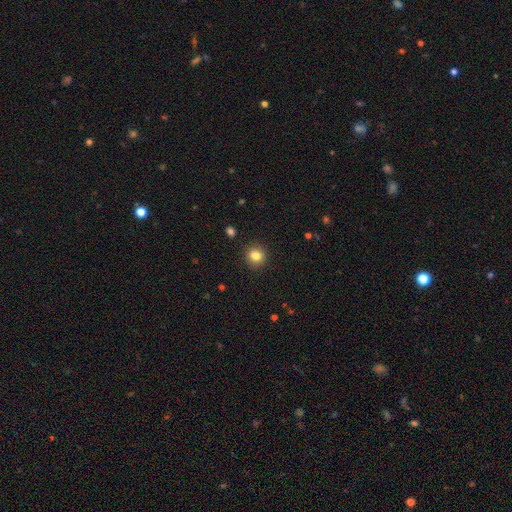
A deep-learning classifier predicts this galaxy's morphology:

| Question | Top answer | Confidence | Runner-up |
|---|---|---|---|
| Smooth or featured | smooth | 83% | star or artifact (11%) |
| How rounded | round | 88% | in between (11%) |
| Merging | none | 91% | minor disturbance (6%) |